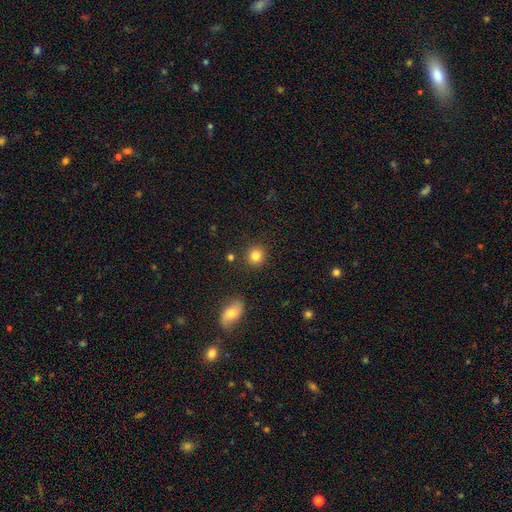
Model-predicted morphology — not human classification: Smooth or featured: smooth — 83% (star or artifact — 10%)
How rounded: round — 89% (in between — 10%)
Merging: none — 89% (minor disturbance — 6%)